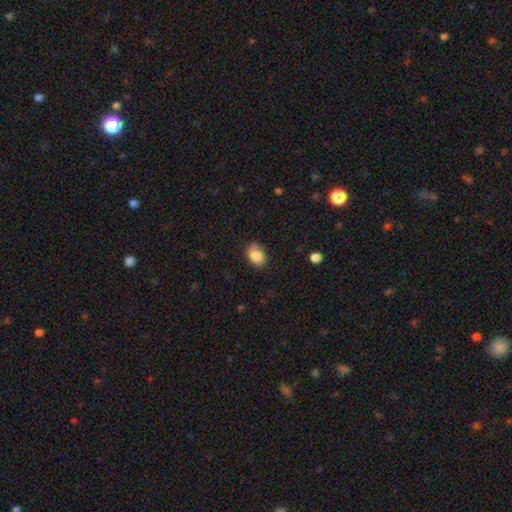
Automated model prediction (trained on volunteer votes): smooth_or_featured: smooth (p=0.84) [alt: star or artifact p=0.08]
how_rounded: in between (p=0.73) [alt: round p=0.26]
merging: none (p=0.69) [alt: minor disturbance p=0.23]